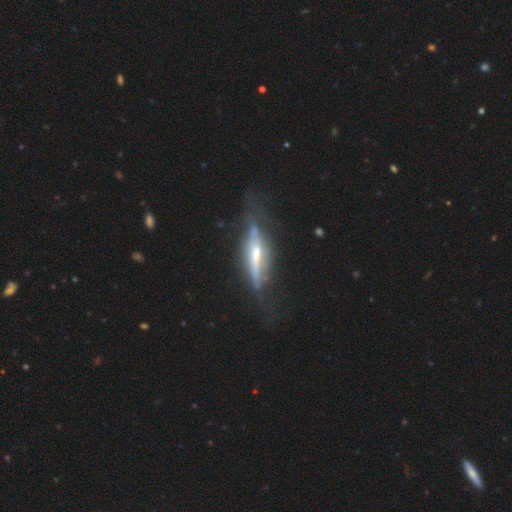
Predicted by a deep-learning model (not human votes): The model was most divided on "merging": none: 51%, minor disturbance: 27%, major disturbance: 19%, merger: 3%. More confident: edge-on disk — yes (79%); smooth or featured — featured or disk (75%); edge-on bulge — rounded (65%).